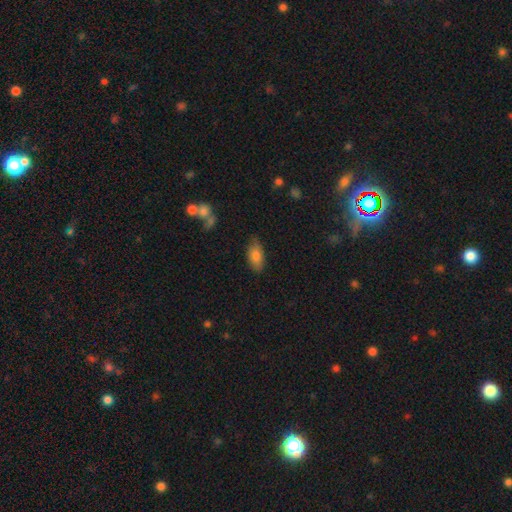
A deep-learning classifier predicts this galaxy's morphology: Overall: smooth (80%). How rounded: in between (90%). Merging: none (73%).